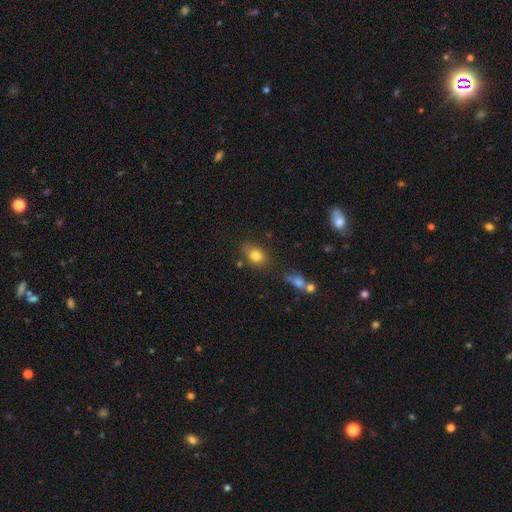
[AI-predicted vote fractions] Smooth or featured?
  - smooth: 80% *
  - star or artifact: 10%
  - featured or disk: 9%
How rounded?
  - in between: 61% *
  - round: 38%
  - cigar-shaped: 1%
Merging?
  - none: 70% *
  - minor disturbance: 20%
  - merger: 5%
  - major disturbance: 5%